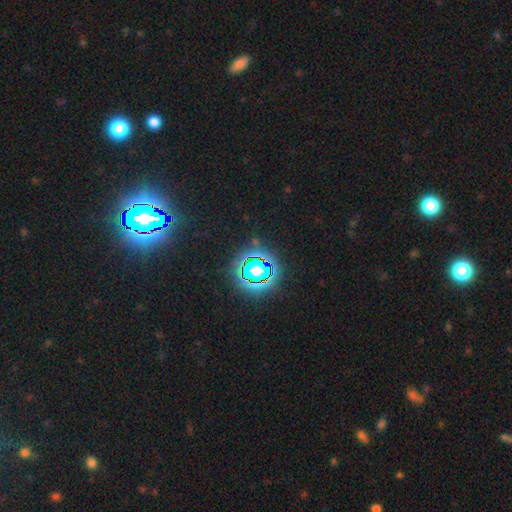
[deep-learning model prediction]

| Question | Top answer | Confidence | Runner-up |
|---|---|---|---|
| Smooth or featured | star or artifact | 81% | smooth (12%) |